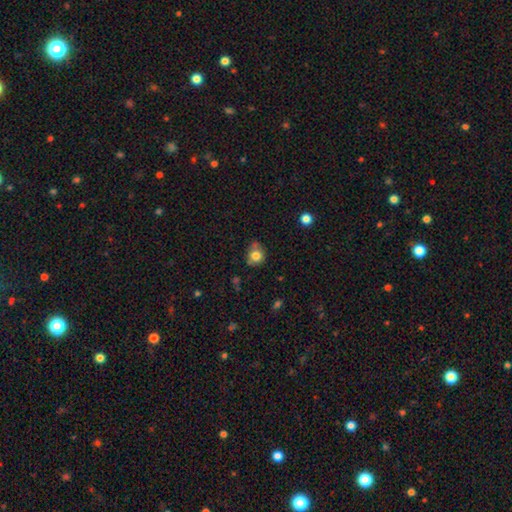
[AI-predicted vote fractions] Overall: smooth (79%). How rounded: round (79%). Merging: none (61%; minor disturbance 25%).